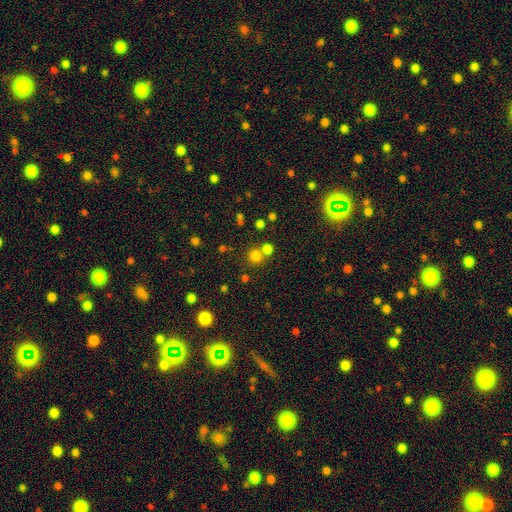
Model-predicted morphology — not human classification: Smooth or featured? Predicted: smooth (p=0.74). How rounded? Predicted: round (p=0.90). Merging? Predicted: none (p=0.63).